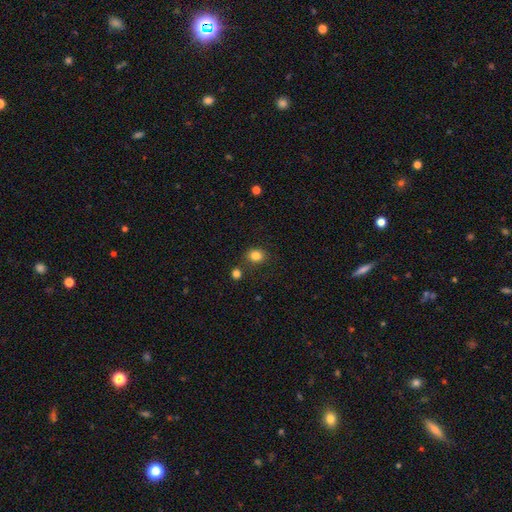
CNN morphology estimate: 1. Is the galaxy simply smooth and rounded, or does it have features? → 83% smooth, 12% star or artifact, 5% featured or disk.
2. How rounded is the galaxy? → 64% round, 35% in between, 1% cigar-shaped.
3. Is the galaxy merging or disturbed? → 77% none, 12% minor disturbance, 7% merger, 4% major disturbance.